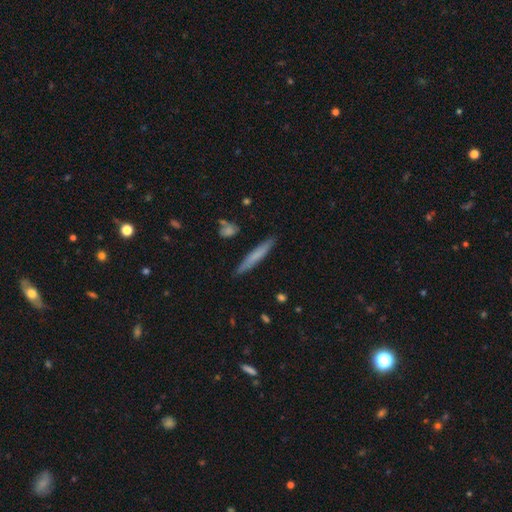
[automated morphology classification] smooth_or_featured: smooth (p=0.66) [alt: featured or disk p=0.28]
how_rounded: cigar-shaped (p=0.95) [alt: in between p=0.04]
merging: none (p=0.88) [alt: minor disturbance p=0.08]